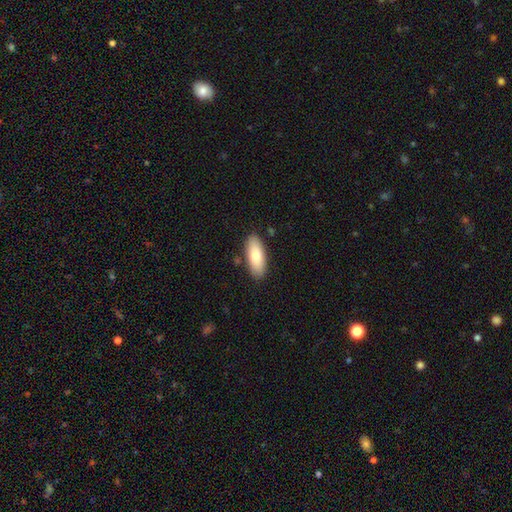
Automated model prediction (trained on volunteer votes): smooth_or_featured: smooth (p=0.80) [alt: featured or disk p=0.14]
how_rounded: in between (p=0.78) [alt: cigar-shaped p=0.20]
merging: none (p=0.87) [alt: minor disturbance p=0.09]